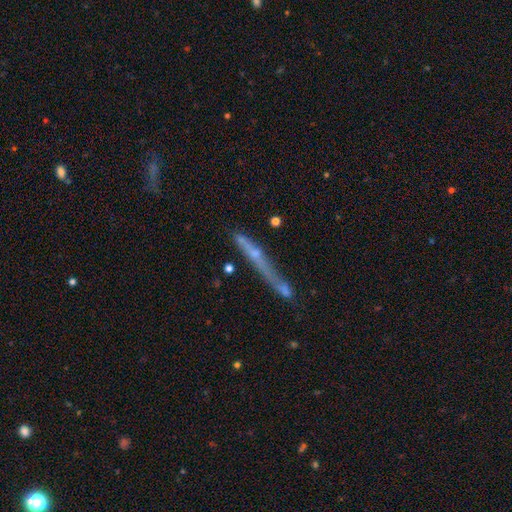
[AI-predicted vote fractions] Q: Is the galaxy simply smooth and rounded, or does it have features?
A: featured or disk — 56%.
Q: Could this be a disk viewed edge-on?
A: yes — 82%.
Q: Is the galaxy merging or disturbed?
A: none — 50%.